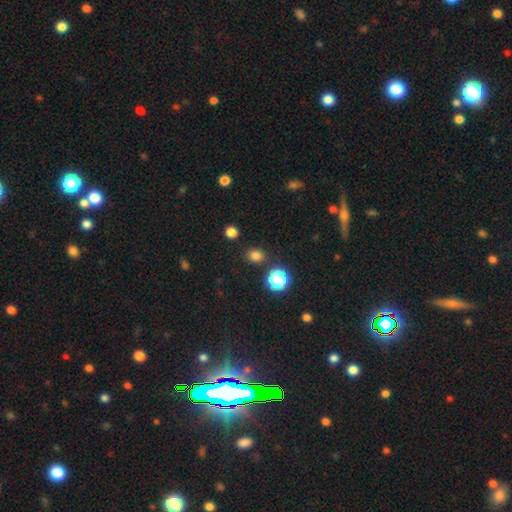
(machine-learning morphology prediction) This appears to be a smooth galaxy with no disk features (79%) that is round (61%). Merging: none (84%).